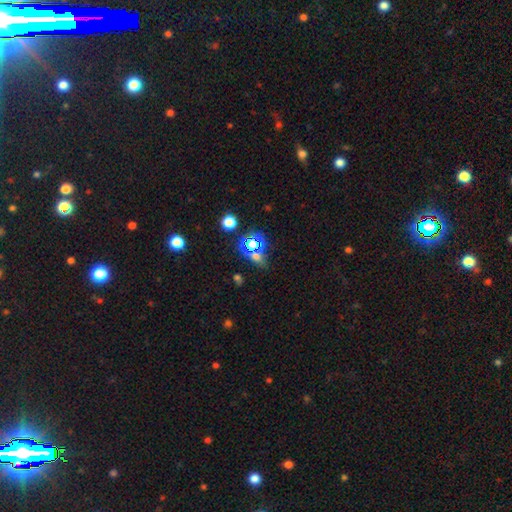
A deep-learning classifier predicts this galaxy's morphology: A star or artifact, not a galaxy (55%).